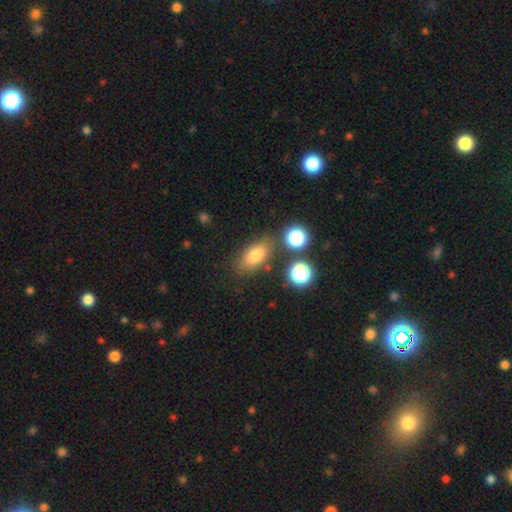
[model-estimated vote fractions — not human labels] smooth_or_featured: smooth (p=0.77) [alt: star or artifact p=0.12]
how_rounded: in between (p=0.81) [alt: round p=0.10]
merging: none (p=0.76) [alt: minor disturbance p=0.13]